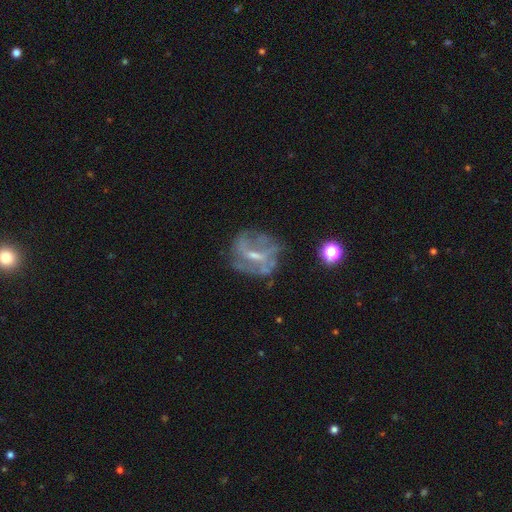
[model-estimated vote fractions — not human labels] Overall: featured or disk (70%). Edge-on disk: no (96%). Bar: weak (47%; no 31%). Spiral arms: yes (52%; no 48%). Bulge size: small (51%; moderate 30%). Merging: none (51%; major disturbance 22%).